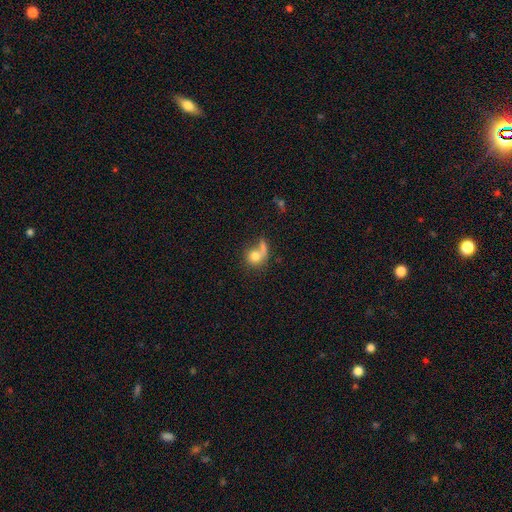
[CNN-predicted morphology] type=smooth (72%); roundness=round (73%); merging=merger (33%, tied with none).